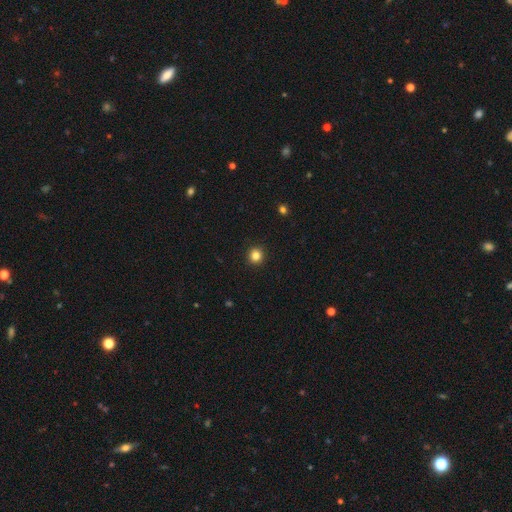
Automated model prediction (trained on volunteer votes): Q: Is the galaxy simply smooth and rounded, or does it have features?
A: smooth — 84%.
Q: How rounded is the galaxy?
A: round — 94%.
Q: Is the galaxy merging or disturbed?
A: none — 93%.